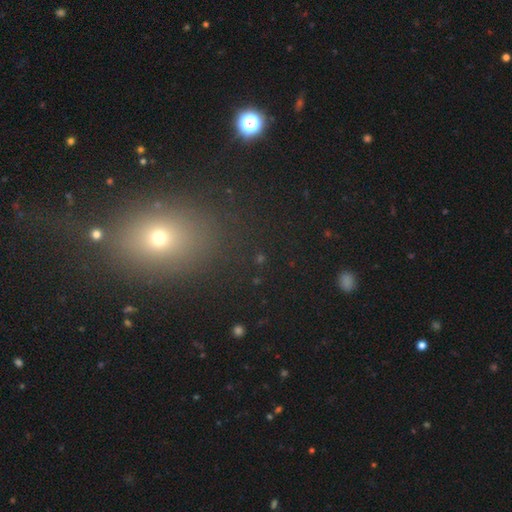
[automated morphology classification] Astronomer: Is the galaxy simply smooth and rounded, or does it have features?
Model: smooth — 53% (runner-up: star or artifact, 36%).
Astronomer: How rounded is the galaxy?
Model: in between — 52% (runner-up: round, 45%).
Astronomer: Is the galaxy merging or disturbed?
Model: none — 84%.